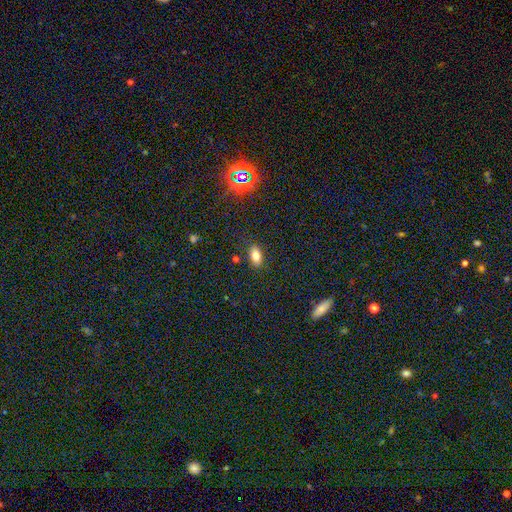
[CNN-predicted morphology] Overall: smooth (78%). How rounded: in between (88%). Merging: none (85%).